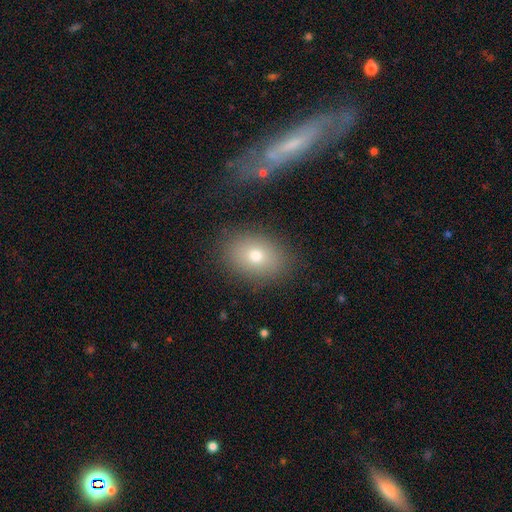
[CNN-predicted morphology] smooth_or_featured: smooth (p=0.74) [alt: featured or disk p=0.14]
how_rounded: in between (p=0.66) [alt: round p=0.33]
merging: none (p=0.84) [alt: minor disturbance p=0.10]